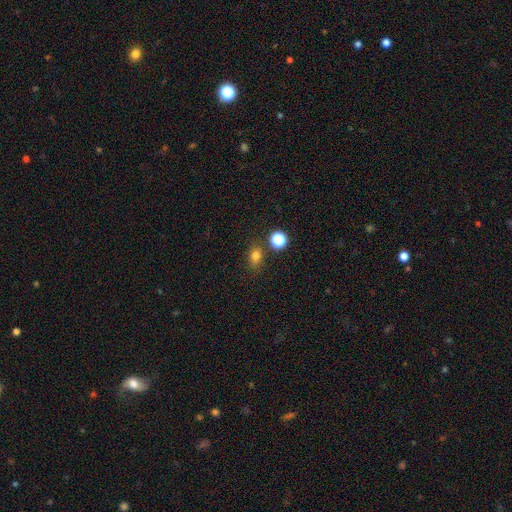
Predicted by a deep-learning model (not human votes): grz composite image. It shows a smooth galaxy with no disk features (76%) that is in between round and cigar-shaped (57%). Merging: none (76%).